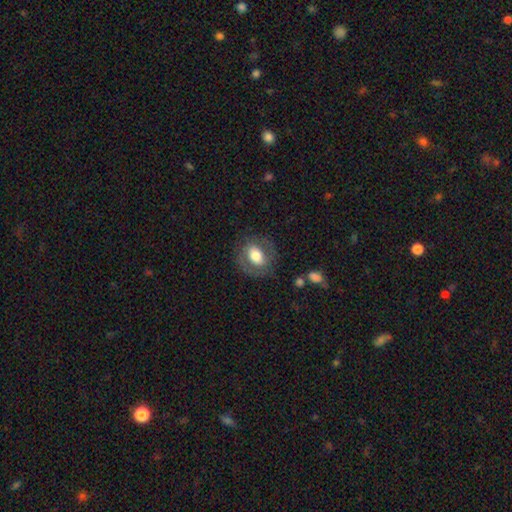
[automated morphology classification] Overall: smooth (51%; featured or disk 42%). How rounded: in between (51%; round 47%). Merging: none (75%).